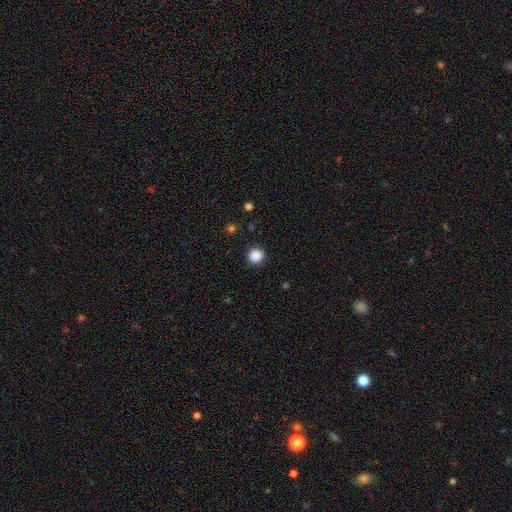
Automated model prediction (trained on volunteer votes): Overall: smooth (87%). How rounded: round (94%). Merging: none (91%).